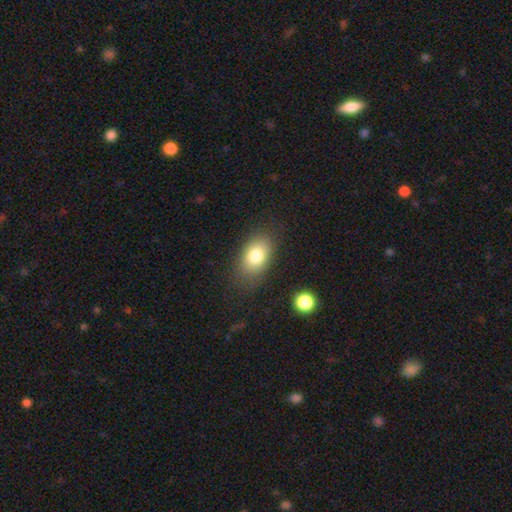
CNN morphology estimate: A smooth galaxy with no disk features (78%) that is in between round and cigar-shaped (86%). Merging: none (80%).